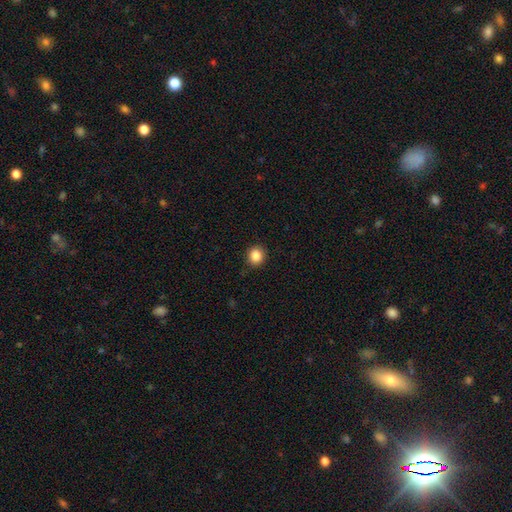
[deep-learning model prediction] Smooth or featured: smooth — 86% (star or artifact — 10%)
How rounded: round — 86% (in between — 13%)
Merging: none — 88% (minor disturbance — 9%)